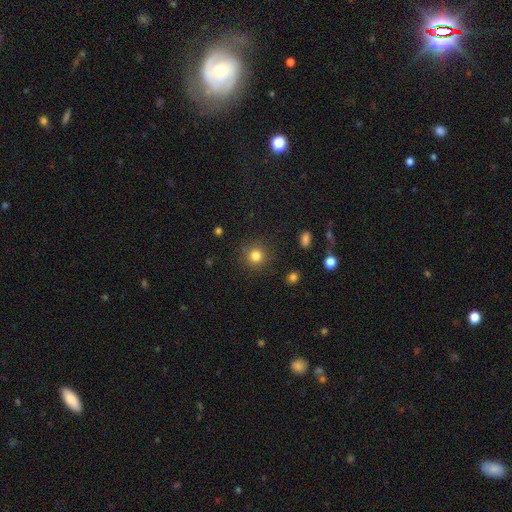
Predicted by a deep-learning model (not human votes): A smooth galaxy with no disk features (82%) that is round (92%). Merging: none (88%).